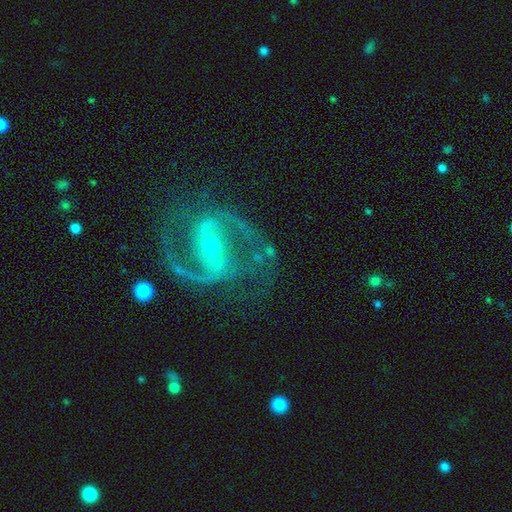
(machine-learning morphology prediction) Q: Smooth or featured?
A: featured or disk (92%); runner-up: star or artifact (6%)
Q: Edge-on disk?
A: no (98%); runner-up: yes (2%)
Q: Bar?
A: strong (55%); runner-up: weak (31%)
Q: Spiral arms?
A: yes (98%); runner-up: no (2%)
Q: Spiral winding?
A: medium (66%); runner-up: loose (18%)
Q: Spiral arm count?
A: 2 (93%); runner-up: 3 (2%)
Q: Bulge size?
A: small (72%); runner-up: moderate (24%)
Q: Merging?
A: none (77%); runner-up: minor disturbance (13%)